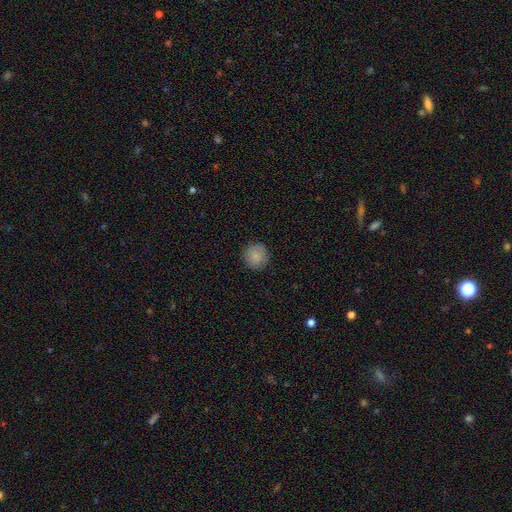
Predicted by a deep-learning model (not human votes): Q: Smooth or featured?
A: smooth (86%); runner-up: star or artifact (8%)
Q: How rounded?
A: round (94%); runner-up: in between (5%)
Q: Merging?
A: none (90%); runner-up: minor disturbance (7%)